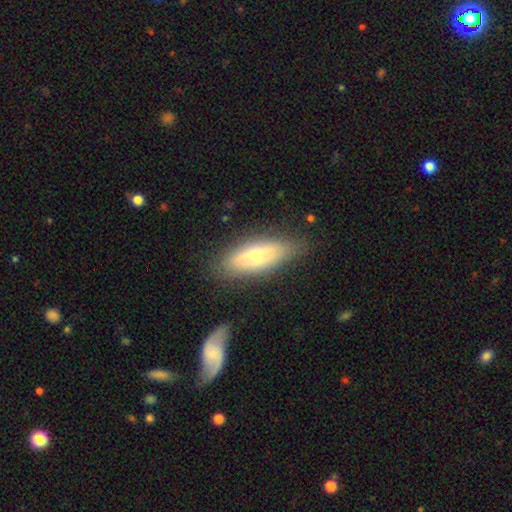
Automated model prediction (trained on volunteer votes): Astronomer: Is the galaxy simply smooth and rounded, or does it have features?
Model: smooth — 48% (runner-up: featured or disk, 44%).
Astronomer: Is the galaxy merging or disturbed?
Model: none — 77%.